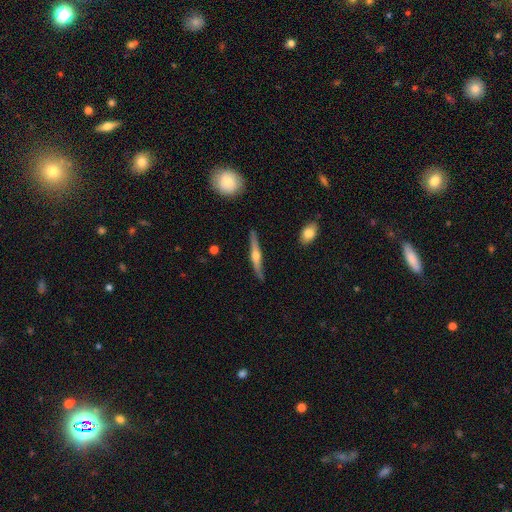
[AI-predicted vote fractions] Q: Smooth or featured?
A: featured or disk (68%); runner-up: smooth (27%)
Q: Edge-on disk?
A: yes (97%); runner-up: no (3%)
Q: Edge-on bulge?
A: rounded (90%); runner-up: none (6%)
Q: Merging?
A: none (86%); runner-up: minor disturbance (11%)